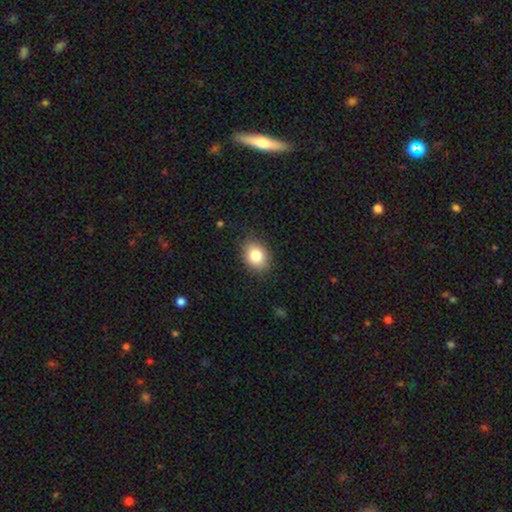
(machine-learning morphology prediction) smooth 83%, star or artifact 9%, featured or disk 8%. Down the decision tree: how rounded — in between (60%); merging — none (84%).